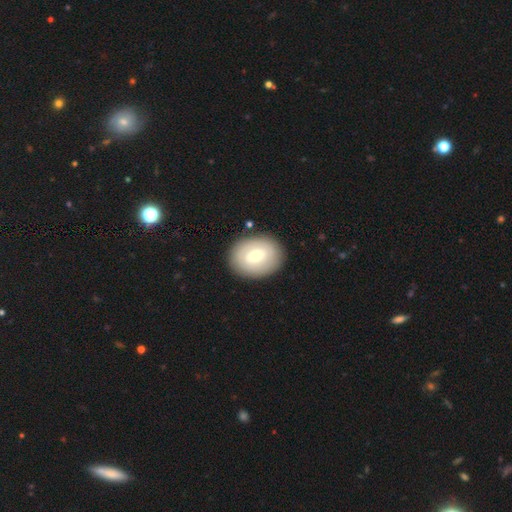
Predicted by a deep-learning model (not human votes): A smooth galaxy with no disk features (51%) that is in between round and cigar-shaped (63%). Merging: none (86%).